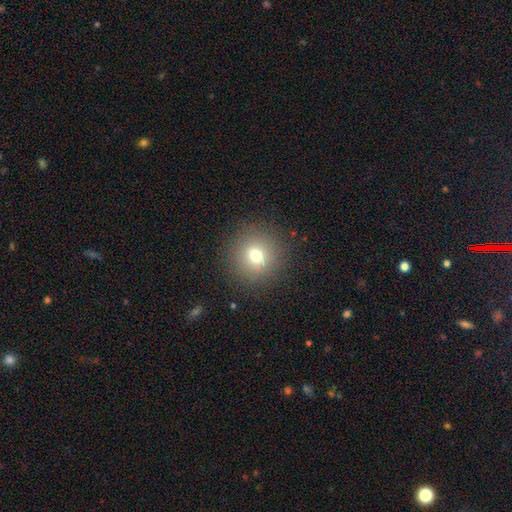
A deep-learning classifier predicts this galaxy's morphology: type=smooth (72%); roundness=round (92%); merging=none (88%).